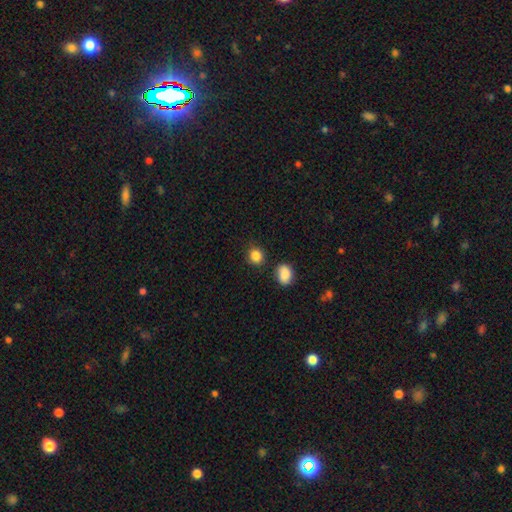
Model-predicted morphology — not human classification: Smooth or featured? smooth (86%)
How rounded? round (77%)
Merging? none (80%)